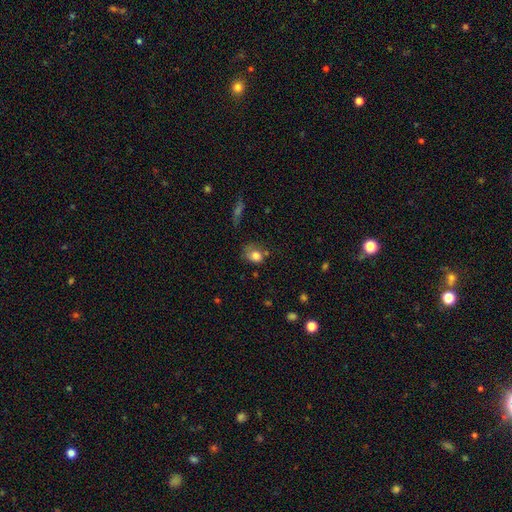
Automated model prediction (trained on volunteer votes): smooth 78%, featured or disk 11%, star or artifact 10%. Down the decision tree: how rounded — round (55%); merging — none (45%).